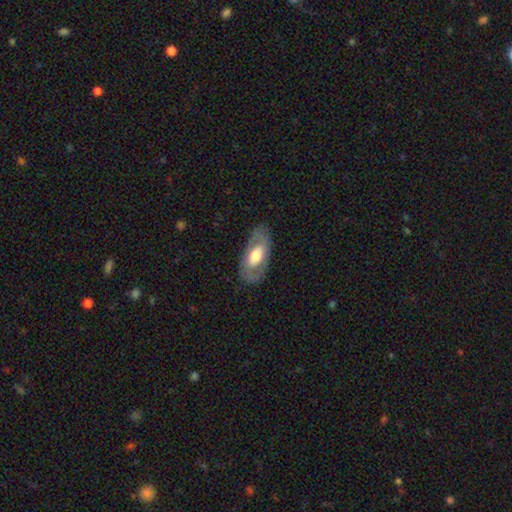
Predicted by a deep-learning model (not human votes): A featured or disk galaxy (57%) with no bar (65%), no spiral arms (55%) and a moderate central bulge (59%).

Vote fractions:
- Smooth or featured? featured or disk: 57% / smooth: 38% / star or artifact: 5%
- Edge-on disk? no: 88% / yes: 12%
- Bar? no: 65% / weak: 24% / strong: 10%
- Spiral arms? no: 55% / yes: 45%
- Bulge size? moderate: 59% / large: 29% / small: 9% / dominant: 2% / none: 1%
- Merging? none: 80% / minor disturbance: 13% / major disturbance: 5% / merger: 1%